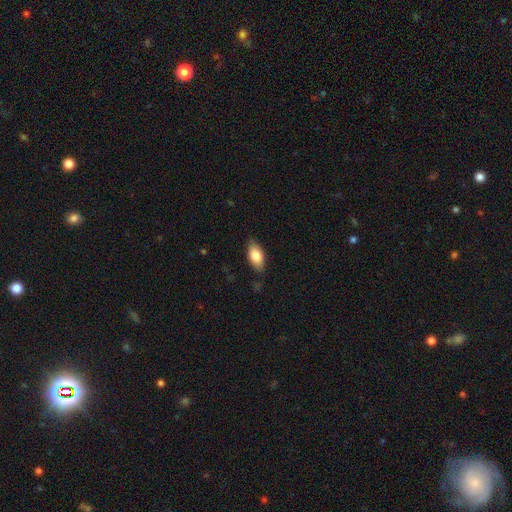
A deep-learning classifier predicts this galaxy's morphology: Overall: smooth (80%). How rounded: in between (89%). Merging: none (81%).